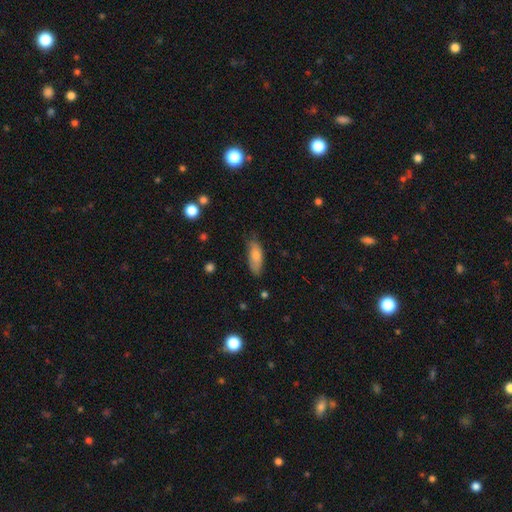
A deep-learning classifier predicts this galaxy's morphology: The model was most divided on "merging": none: 69%, minor disturbance: 25%, major disturbance: 5%, merger: 2%. More confident: smooth or featured — smooth (78%); how rounded — in between (75%).